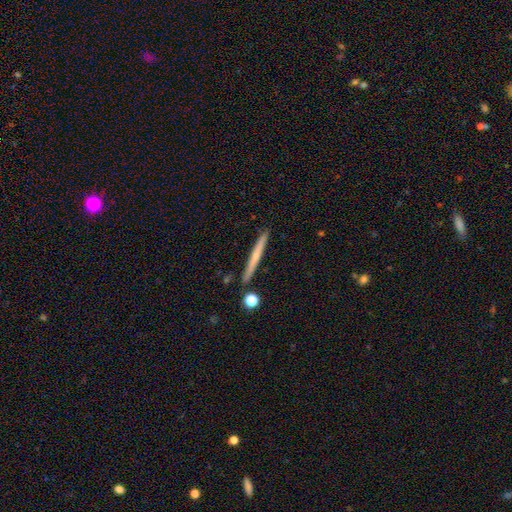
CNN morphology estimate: Q: Smooth or featured?
A: featured or disk (49%); runner-up: smooth (44%)
Q: Merging?
A: none (88%); runner-up: minor disturbance (7%)